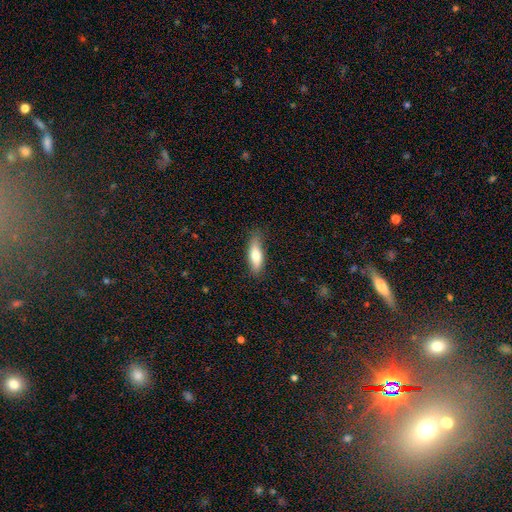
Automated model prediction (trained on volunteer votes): Morphology: type=smooth (75%); roundness=in between (54%); merging=none (75%).